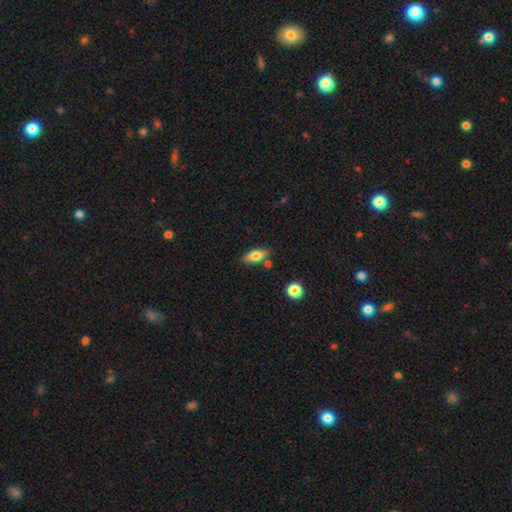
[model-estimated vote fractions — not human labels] A smooth galaxy with no disk features (63%) that is in between round and cigar-shaped (74%).

Vote fractions:
- Smooth or featured? smooth: 63% / featured or disk: 30% / star or artifact: 8%
- How rounded? in between: 74% / cigar-shaped: 22% / round: 4%
- Merging? none: 76% / minor disturbance: 14% / merger: 7% / major disturbance: 3%